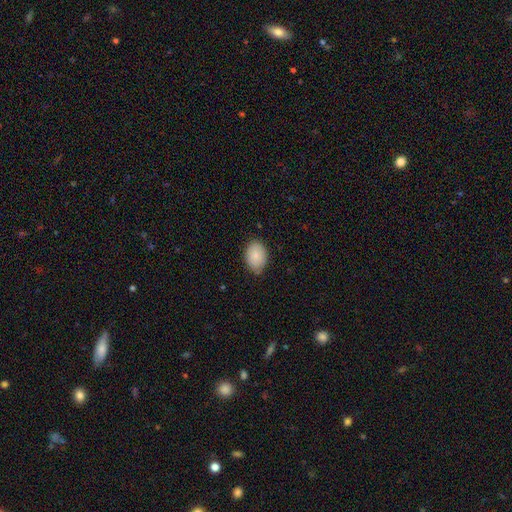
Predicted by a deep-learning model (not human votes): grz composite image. It shows a smooth galaxy with no disk features (85%) that is in between round and cigar-shaped (80%). Merging: none (79%).